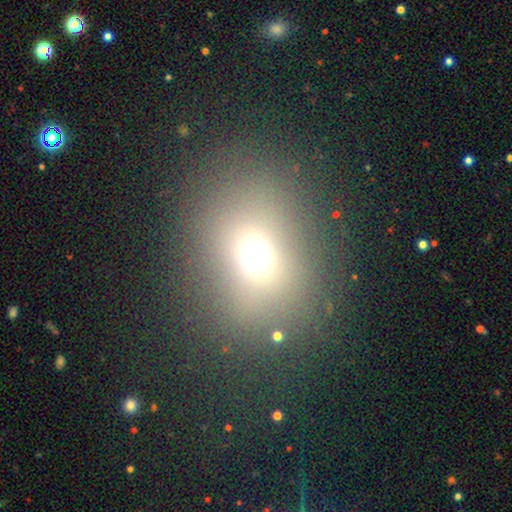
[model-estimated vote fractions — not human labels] Smooth or featured? Predicted: smooth (p=0.65). How rounded? Predicted: round (p=0.55). Merging? Predicted: none (p=0.78).